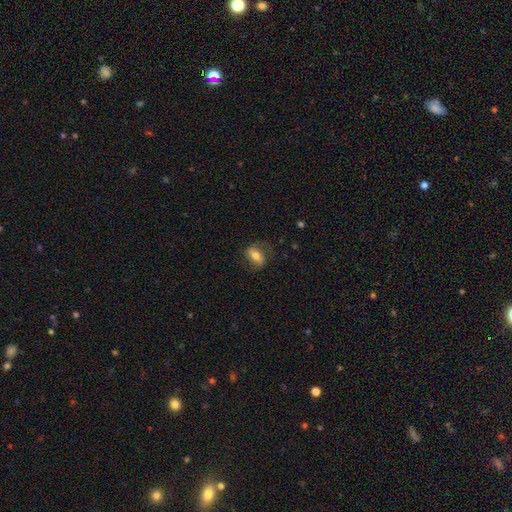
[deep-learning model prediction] smooth_or_featured: smooth (p=0.57) [alt: featured or disk p=0.35]
how_rounded: in between (p=0.78) [alt: round p=0.18]
merging: none (p=0.68) [alt: minor disturbance p=0.20]